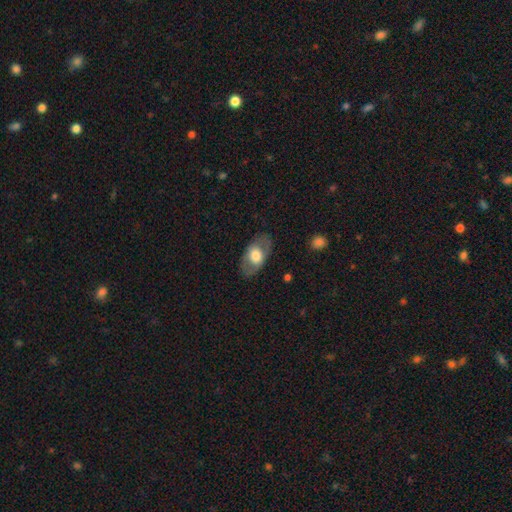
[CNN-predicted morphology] smooth_or_featured: smooth (p=0.55) [alt: featured or disk p=0.39]
how_rounded: in between (p=0.88) [alt: round p=0.09]
merging: none (p=0.80) [alt: minor disturbance p=0.13]